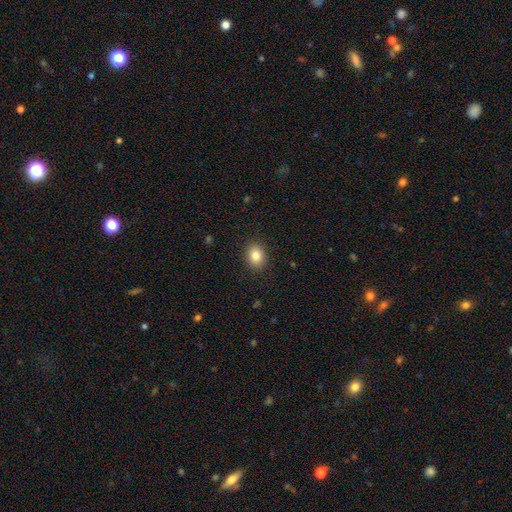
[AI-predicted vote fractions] Smooth or featured? Predicted: smooth (p=0.83). How rounded? Predicted: in between (p=0.51). Merging? Predicted: none (p=0.90).